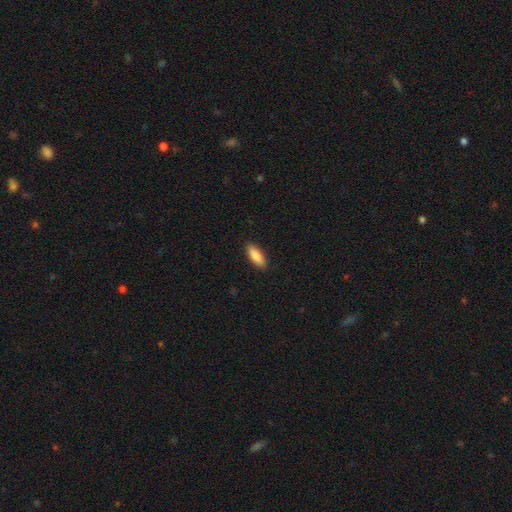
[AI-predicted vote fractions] Smooth or featured? Predicted: smooth (p=0.87). How rounded? Predicted: in between (p=0.70). Merging? Predicted: none (p=0.90).